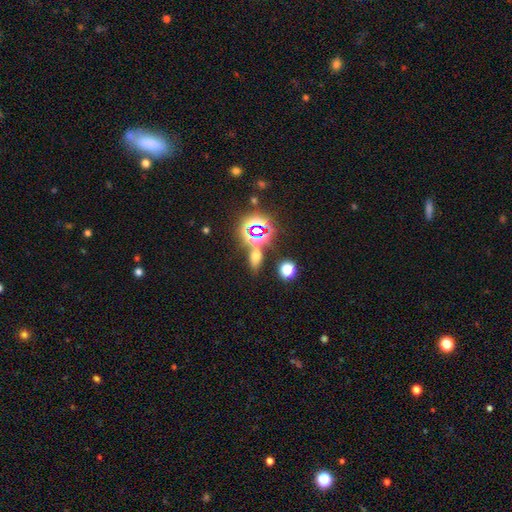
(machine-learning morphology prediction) Smooth or featured? smooth (48%)
Merging? none (72%)